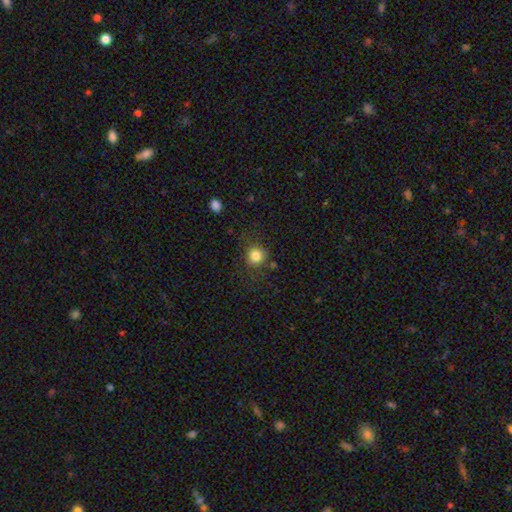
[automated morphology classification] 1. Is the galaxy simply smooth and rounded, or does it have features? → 83% smooth, 11% star or artifact, 7% featured or disk.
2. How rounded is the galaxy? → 87% round, 12% in between, 1% cigar-shaped.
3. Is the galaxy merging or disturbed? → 75% none, 15% minor disturbance, 6% major disturbance, 3% merger.